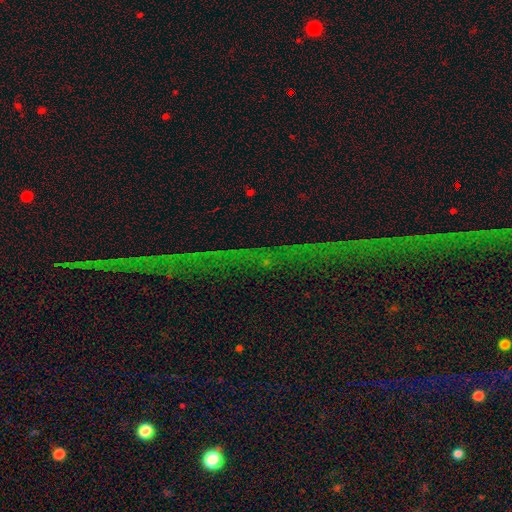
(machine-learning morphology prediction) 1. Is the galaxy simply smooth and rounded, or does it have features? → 81% star or artifact, 11% featured or disk, 8% smooth.